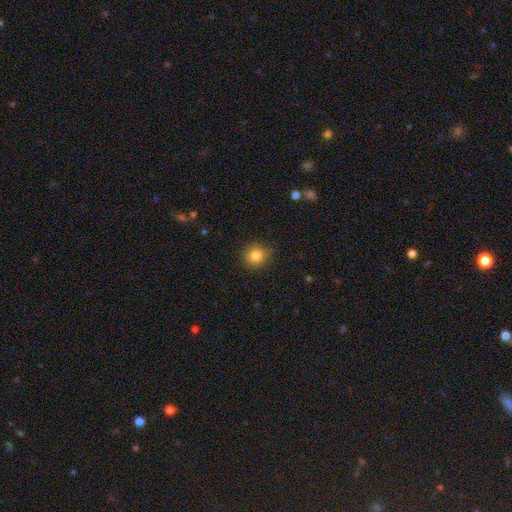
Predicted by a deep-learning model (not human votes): smooth-or-featured: smooth: 82% | star or artifact: 11% | featured or disk: 6%
  how-rounded: round: 89% | in between: 10% | cigar-shaped: 1%
  merging: none: 88% | minor disturbance: 9% | major disturbance: 2% | merger: 1%